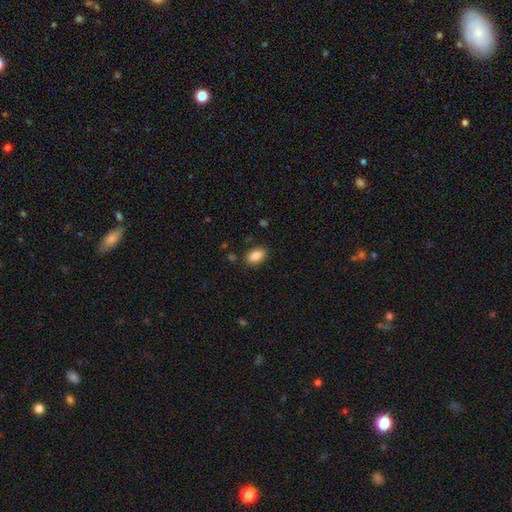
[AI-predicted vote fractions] This is clearly a smooth galaxy (86%). How rounded: clearly in between (91%). Merging: clearly none (86%).